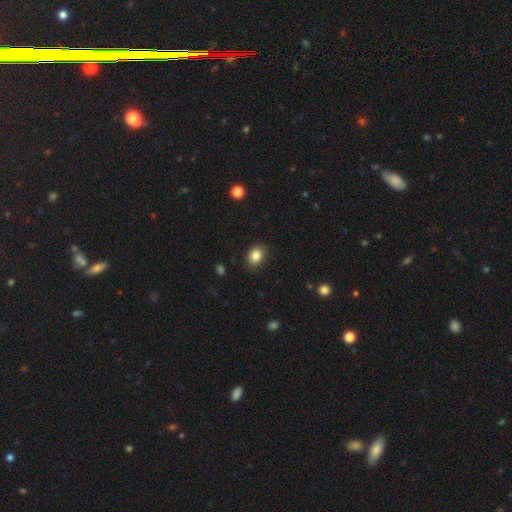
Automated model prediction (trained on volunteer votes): smooth 85%, star or artifact 9%, featured or disk 6%. Down the decision tree: how rounded — in between (56%); merging — none (86%).